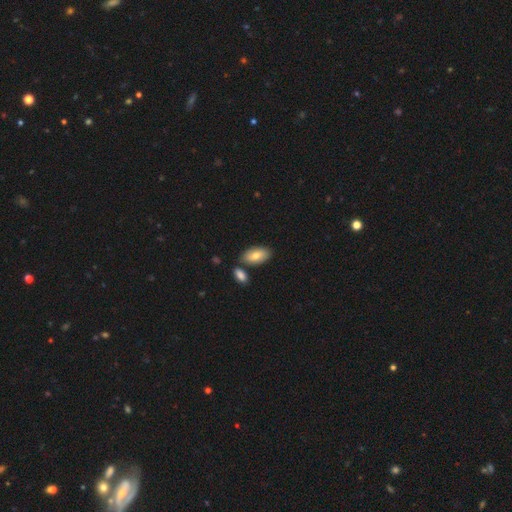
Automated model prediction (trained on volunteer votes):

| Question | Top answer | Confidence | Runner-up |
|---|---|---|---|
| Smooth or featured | smooth | 77% | featured or disk (17%) |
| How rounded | in between | 93% | cigar-shaped (4%) |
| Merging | none | 75% | merger (12%) |